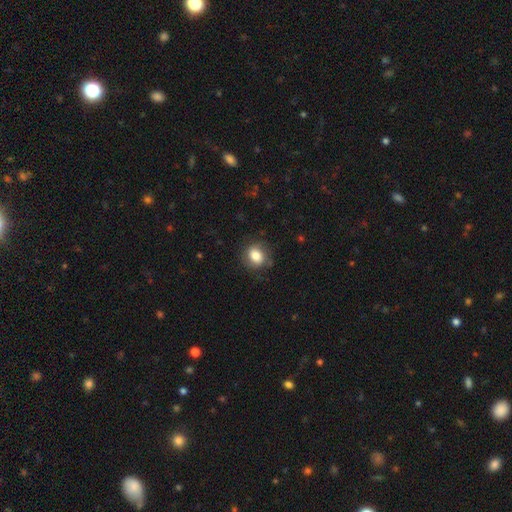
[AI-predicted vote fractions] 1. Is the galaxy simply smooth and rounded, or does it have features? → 78% smooth, 13% featured or disk, 9% star or artifact.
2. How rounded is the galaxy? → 59% round, 40% in between, 1% cigar-shaped.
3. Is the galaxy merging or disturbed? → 78% none, 15% minor disturbance, 5% major disturbance, 1% merger.